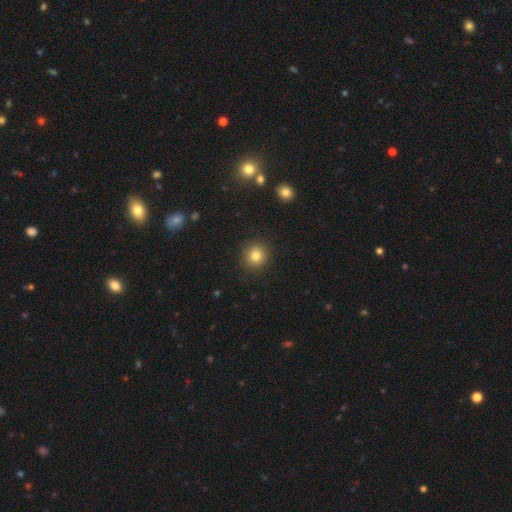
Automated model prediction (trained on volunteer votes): smooth_or_featured: smooth (p=0.81) [alt: star or artifact p=0.12]
how_rounded: round (p=0.90) [alt: in between p=0.09]
merging: none (p=0.91) [alt: minor disturbance p=0.06]